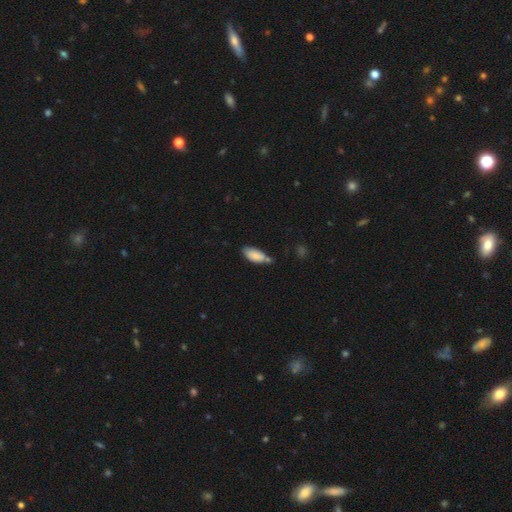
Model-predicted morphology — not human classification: The model was most divided on "merging": none: 50%, minor disturbance: 29%, merger: 15%, major disturbance: 6%. More confident: how rounded — in between (89%); smooth or featured — smooth (81%).